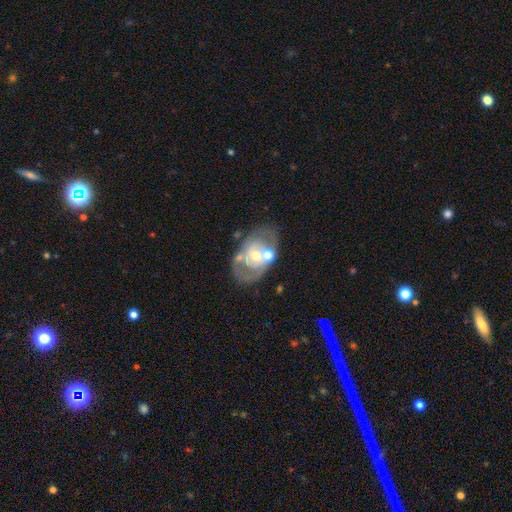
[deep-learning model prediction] Smooth or featured? Predicted: featured or disk (p=0.70). Edge-on disk? Predicted: no (p=0.95). Bar? Predicted: no (p=0.72). Spiral arms? Predicted: no (p=0.54). Bulge size? Predicted: moderate (p=0.58). Merging? Predicted: none (p=0.52).